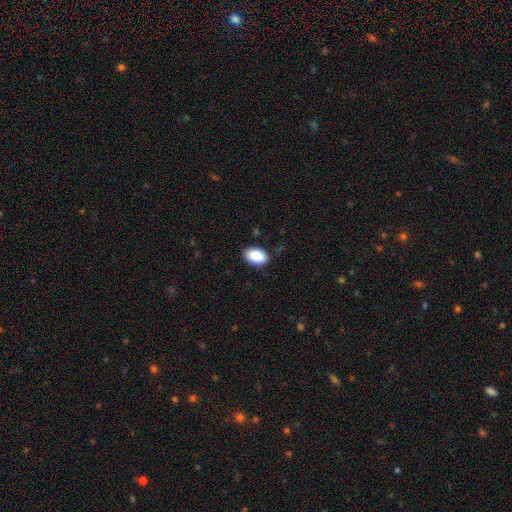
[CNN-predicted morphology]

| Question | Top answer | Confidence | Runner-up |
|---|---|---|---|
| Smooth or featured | smooth | 89% | star or artifact (7%) |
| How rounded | in between | 92% | round (7%) |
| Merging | none | 86% | minor disturbance (11%) |